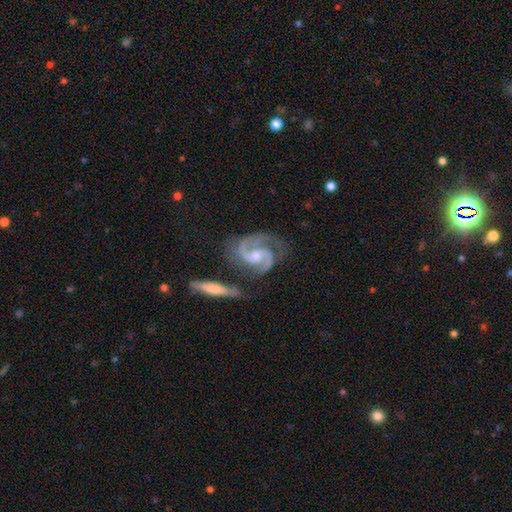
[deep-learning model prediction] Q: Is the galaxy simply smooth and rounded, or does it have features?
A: featured or disk — 92%.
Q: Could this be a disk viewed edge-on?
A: no — 97%.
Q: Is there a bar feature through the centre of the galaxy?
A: no — 47%.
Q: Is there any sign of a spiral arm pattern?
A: yes — 98%.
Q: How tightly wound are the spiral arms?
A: medium — 57%.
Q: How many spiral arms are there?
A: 2 — 89%.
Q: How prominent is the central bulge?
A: moderate — 47%.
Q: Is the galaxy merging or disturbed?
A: none — 63%.